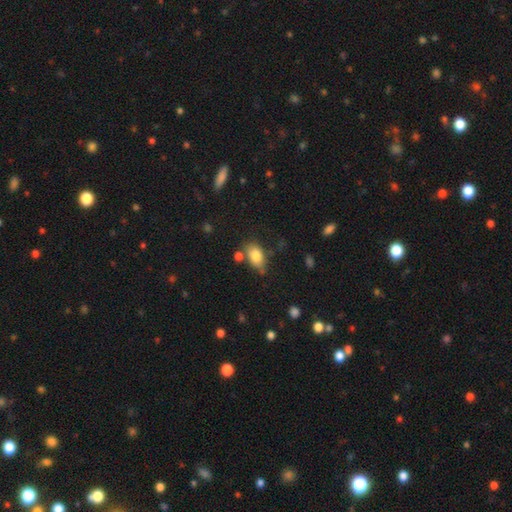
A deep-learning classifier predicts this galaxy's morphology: type=smooth (81%); roundness=in between (86%); merging=none (58%).